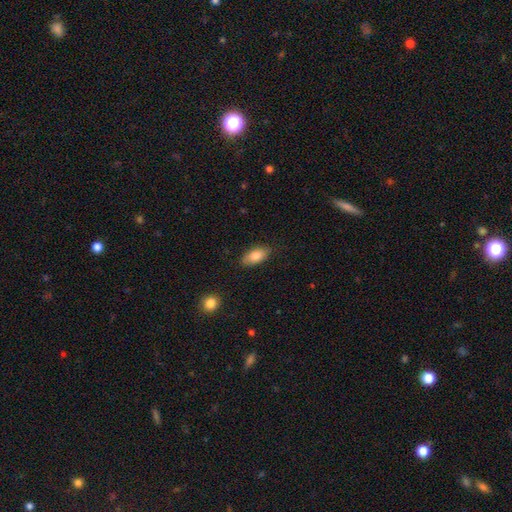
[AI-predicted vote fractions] smooth-or-featured: smooth: 82% | featured or disk: 11% | star or artifact: 7%
  how-rounded: in between: 90% | cigar-shaped: 7% | round: 3%
  merging: none: 83% | minor disturbance: 13% | major disturbance: 3% | merger: 1%